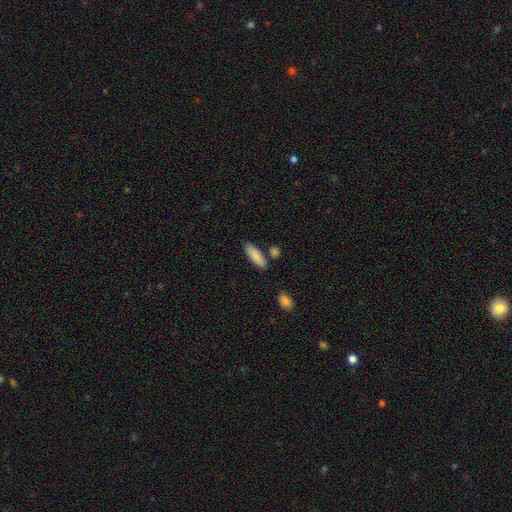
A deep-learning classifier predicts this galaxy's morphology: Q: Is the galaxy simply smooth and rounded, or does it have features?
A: smooth — 86%.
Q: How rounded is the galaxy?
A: in between — 64%.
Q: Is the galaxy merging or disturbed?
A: none — 79%.